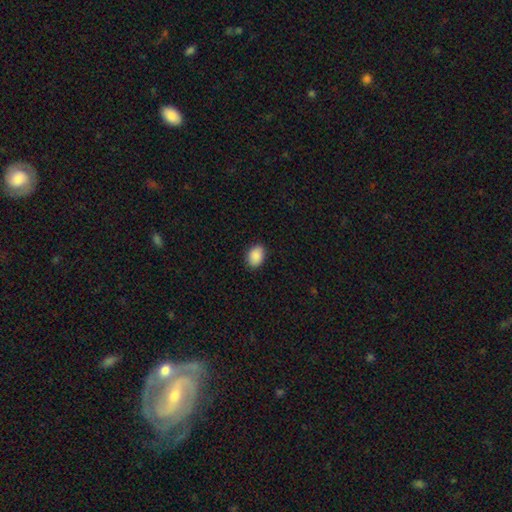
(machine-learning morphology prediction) This is clearly a smooth galaxy (90%). How rounded: clearly in between (81%). Merging: clearly none (88%).